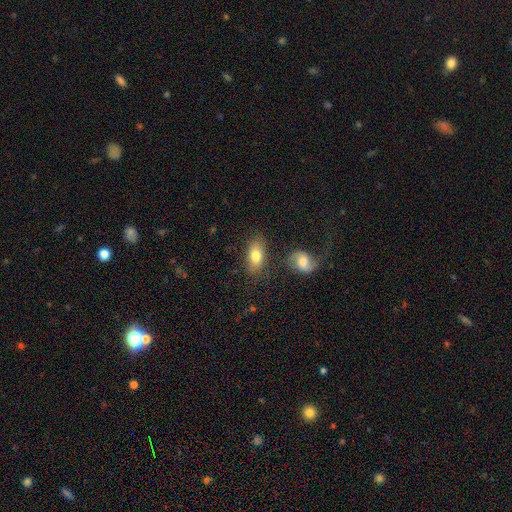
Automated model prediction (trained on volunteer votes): This appears to be a smooth galaxy with no disk features (77%) that is in between round and cigar-shaped (89%). Merging: none (77%).